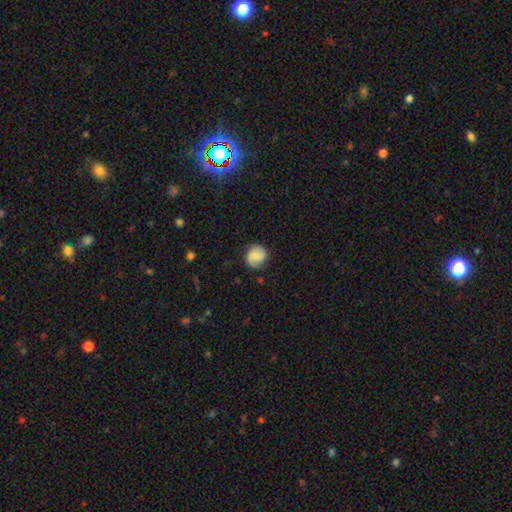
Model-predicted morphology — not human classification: This appears to be a smooth galaxy with no disk features (59%) that is round (86%). Merging: none (79%).